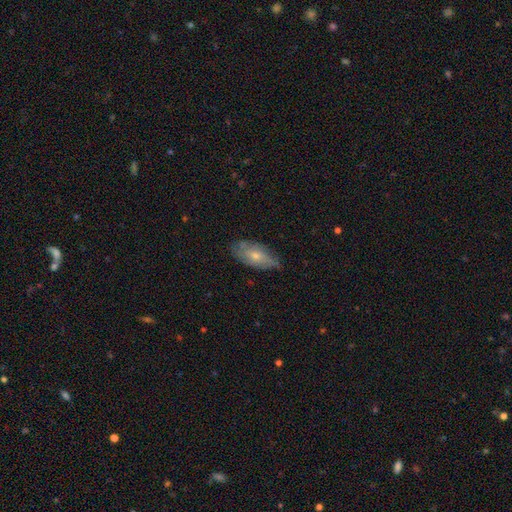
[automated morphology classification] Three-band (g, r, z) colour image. It shows a smooth galaxy with no disk features (52%) that is in between round and cigar-shaped (86%). Merging: none (65%).